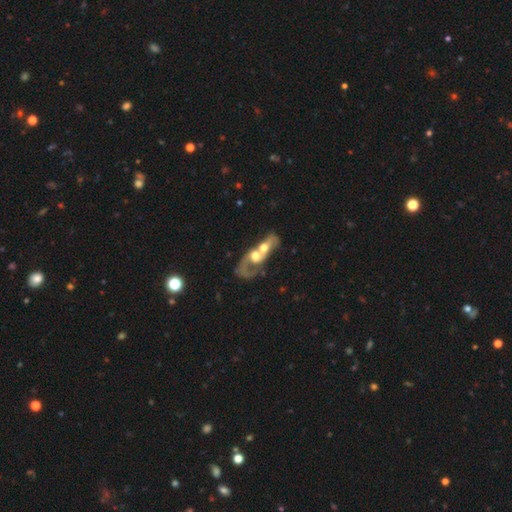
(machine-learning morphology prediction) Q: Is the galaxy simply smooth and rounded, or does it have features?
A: featured or disk — 59%.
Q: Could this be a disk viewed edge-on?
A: no — 92%.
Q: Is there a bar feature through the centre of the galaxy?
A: no — 81%.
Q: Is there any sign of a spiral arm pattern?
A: no — 54%.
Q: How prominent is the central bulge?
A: moderate — 55%.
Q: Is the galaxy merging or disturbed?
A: merger — 81%.